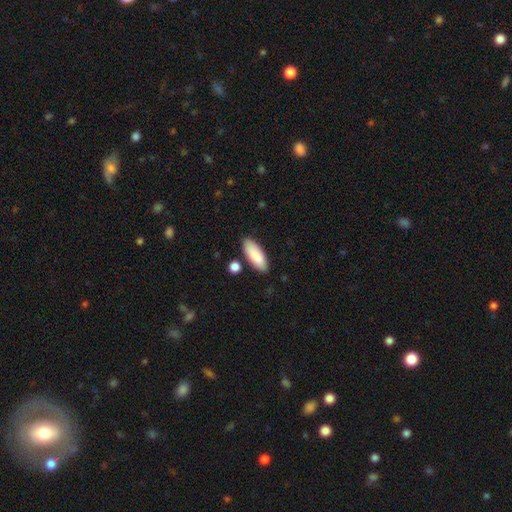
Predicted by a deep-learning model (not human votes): smooth_or_featured: smooth (p=0.87) [alt: featured or disk p=0.07]
how_rounded: in between (p=0.73) [alt: cigar-shaped p=0.25]
merging: none (p=0.81) [alt: minor disturbance p=0.12]